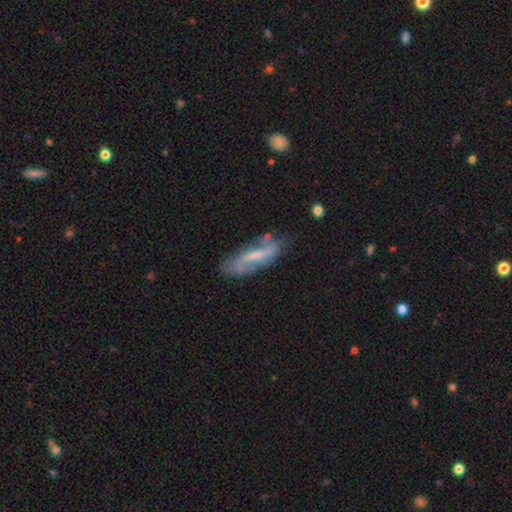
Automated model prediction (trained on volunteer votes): This is likely a featured or disk galaxy (69%). It is clearly not viewed edge-on (82%). Bar: marginally weak (42%). Spiral arm pattern: clearly yes (84%). Central bulge: marginally small (44%). Merging: likely none (68%).